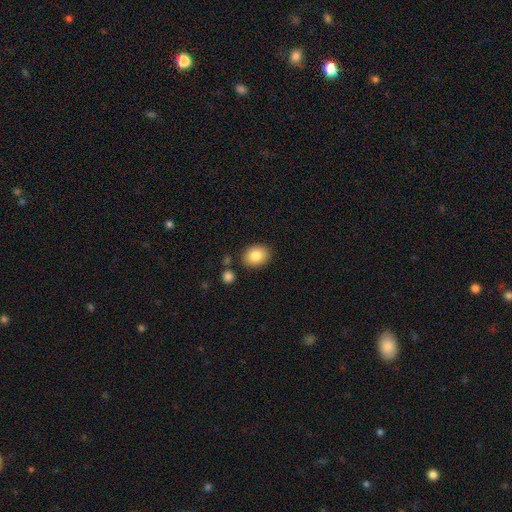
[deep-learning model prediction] The model was most divided on "how rounded": in between: 53%, round: 46%, cigar-shaped: 1%. More confident: smooth or featured — smooth (84%); merging — none (83%).